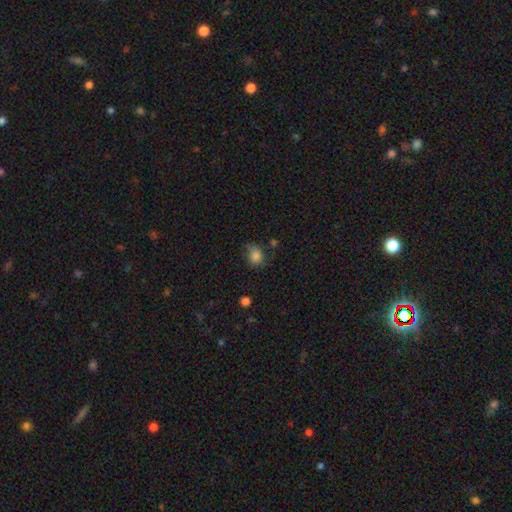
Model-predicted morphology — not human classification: This is clearly a smooth galaxy (81%). How rounded: possibly round (59%). Merging: possibly none (56%).